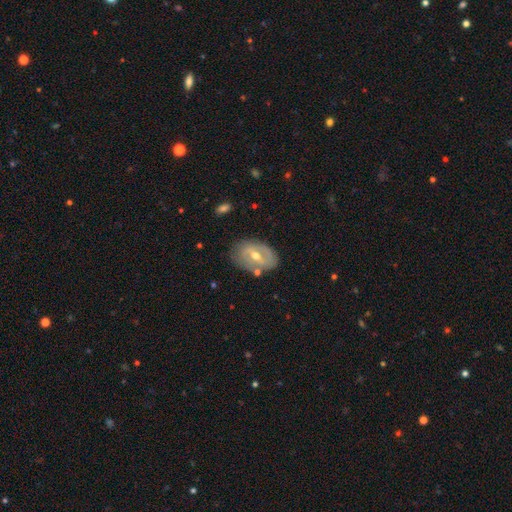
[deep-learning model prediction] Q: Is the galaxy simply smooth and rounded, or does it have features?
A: featured or disk — 69%.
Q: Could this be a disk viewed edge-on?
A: no — 92%.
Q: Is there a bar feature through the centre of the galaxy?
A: weak — 44%.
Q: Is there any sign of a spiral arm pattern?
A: yes — 55%.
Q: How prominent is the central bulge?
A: moderate — 60%.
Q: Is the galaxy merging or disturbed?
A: none — 74%.